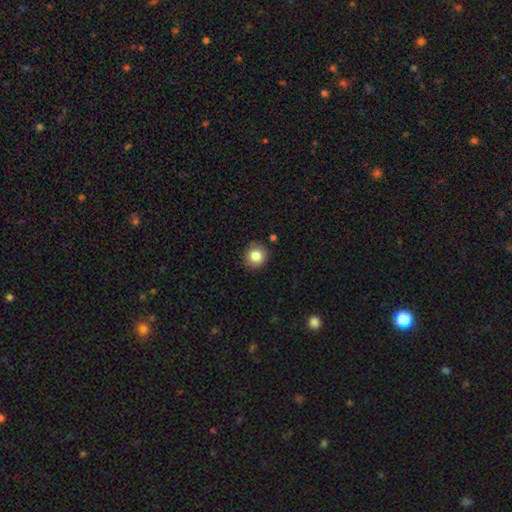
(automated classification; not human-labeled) Smooth or featured? smooth (84%)
How rounded? round (91%)
Merging? none (87%)